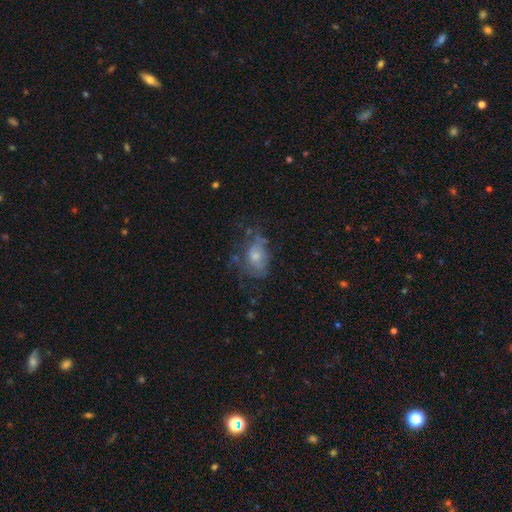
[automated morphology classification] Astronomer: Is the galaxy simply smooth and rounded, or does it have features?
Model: featured or disk — 47% (runner-up: smooth, 42%).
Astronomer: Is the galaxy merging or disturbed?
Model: none — 42% (runner-up: major disturbance, 29%).